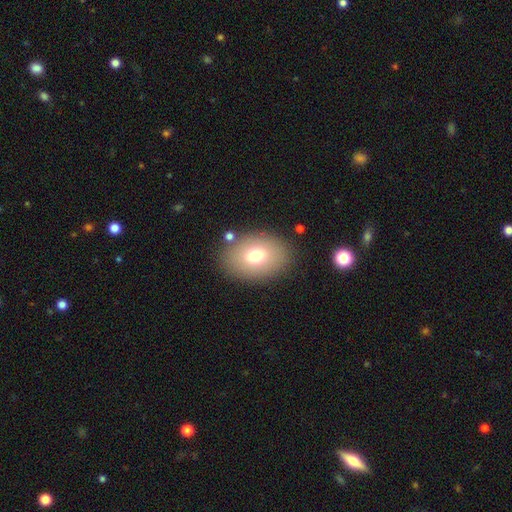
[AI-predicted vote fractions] Smooth or featured: smooth — 72% (featured or disk — 18%)
How rounded: in between — 76% (round — 23%)
Merging: none — 84% (minor disturbance — 9%)